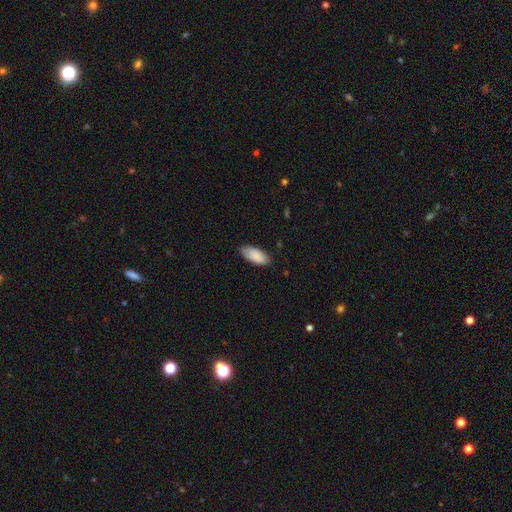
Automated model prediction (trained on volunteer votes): A smooth galaxy with no disk features (89%) that is in between round and cigar-shaped (90%). Merging: none (82%).